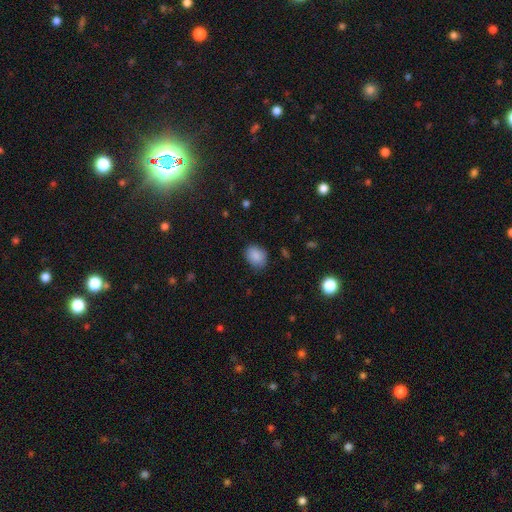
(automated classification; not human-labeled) The model was most divided on "how rounded": in between: 57%, round: 43%, cigar-shaped: 1%. More confident: smooth or featured — smooth (88%); merging — none (79%).